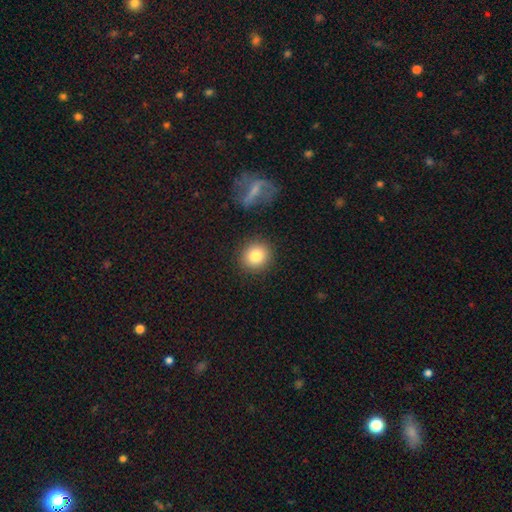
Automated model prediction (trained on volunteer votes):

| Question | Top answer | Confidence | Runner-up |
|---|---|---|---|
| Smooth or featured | smooth | 81% | star or artifact (10%) |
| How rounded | round | 88% | in between (11%) |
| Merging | none | 88% | minor disturbance (7%) |